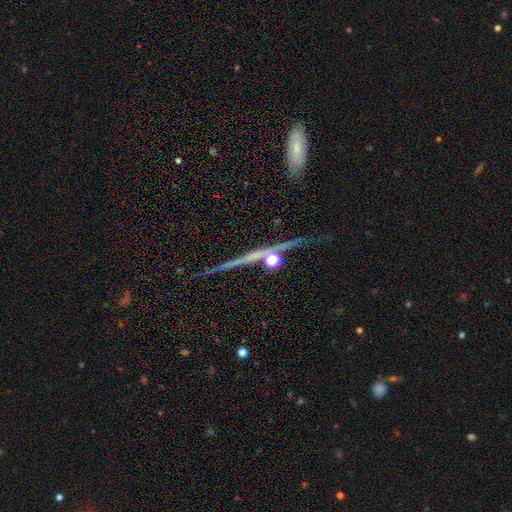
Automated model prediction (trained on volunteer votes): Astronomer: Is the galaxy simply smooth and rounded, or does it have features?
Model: featured or disk — 72%.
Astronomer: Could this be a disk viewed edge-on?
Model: yes — 95%.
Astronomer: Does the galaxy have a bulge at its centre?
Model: rounded — 66%.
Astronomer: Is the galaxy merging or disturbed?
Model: none — 82%.